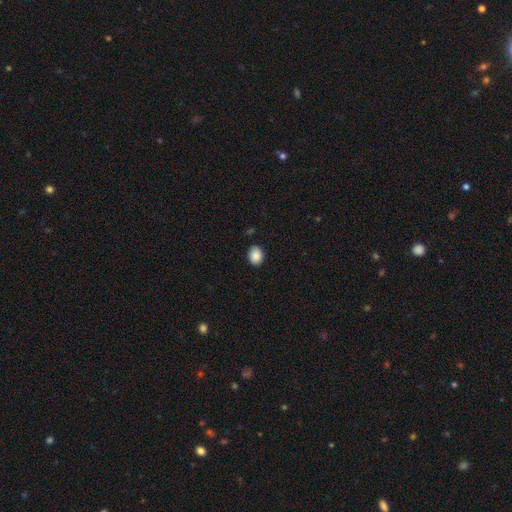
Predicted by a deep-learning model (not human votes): Overall: smooth (88%). How rounded: in between (61%; round 38%). Merging: none (86%).